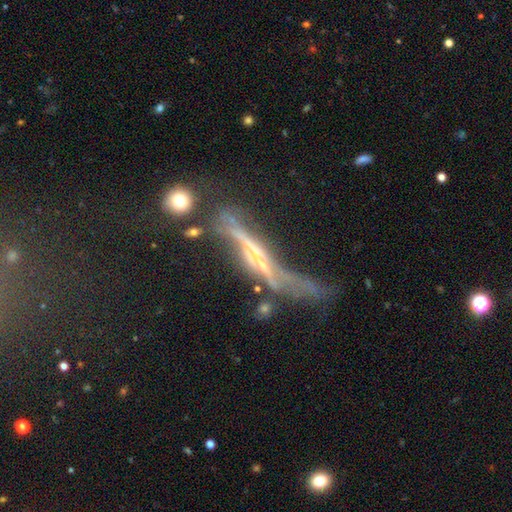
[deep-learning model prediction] Smooth or featured: featured or disk — 80% (smooth — 11%)
Edge-on disk: yes — 81% (no — 19%)
Edge-on bulge: rounded — 53% (none — 26%)
Merging: none — 37% (major disturbance — 25%)